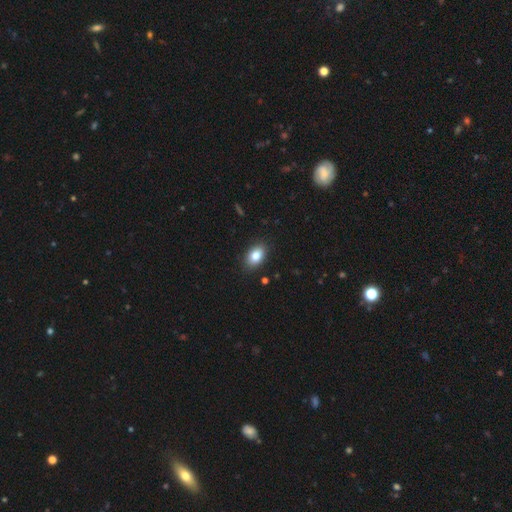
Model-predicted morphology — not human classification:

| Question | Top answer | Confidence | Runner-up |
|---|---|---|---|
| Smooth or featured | smooth | 84% | star or artifact (8%) |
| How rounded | in between | 86% | round (12%) |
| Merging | none | 87% | minor disturbance (9%) |